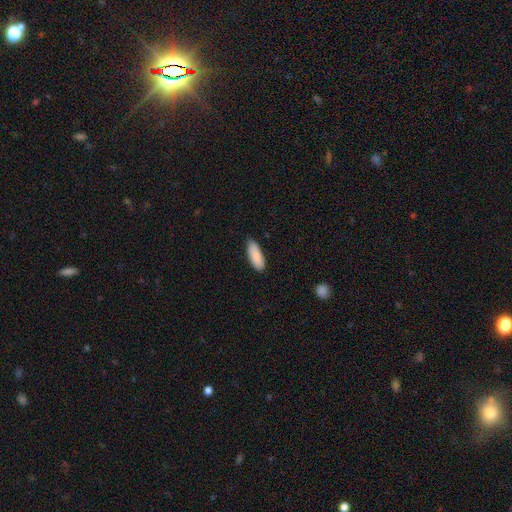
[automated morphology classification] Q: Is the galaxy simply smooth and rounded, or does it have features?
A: smooth — 88%.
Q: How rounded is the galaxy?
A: in between — 70%.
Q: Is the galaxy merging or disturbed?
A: none — 80%.